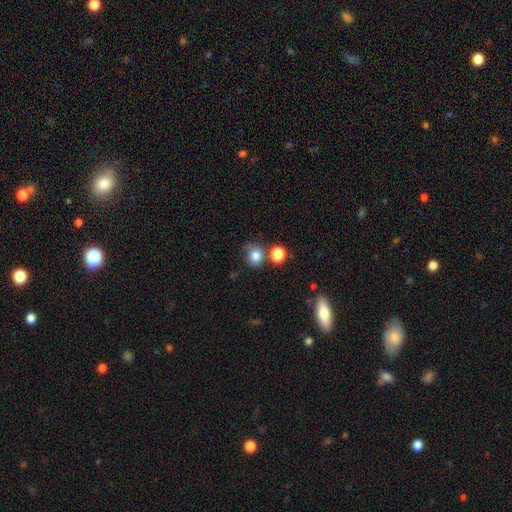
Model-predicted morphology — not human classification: smooth_or_featured: smooth (p=0.81) [alt: star or artifact p=0.12]
how_rounded: round (p=0.79) [alt: in between p=0.19]
merging: none (p=0.62) [alt: minor disturbance p=0.17]